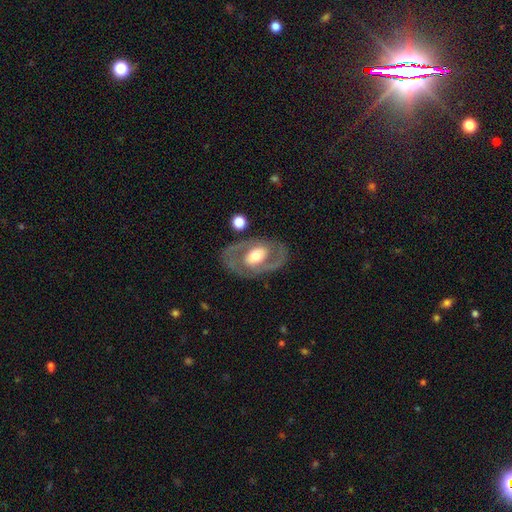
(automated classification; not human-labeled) A featured or disk galaxy (74%) with no bar (45%), spiral arms (65%) and a moderate central bulge (61%).

Vote fractions:
- Smooth or featured? featured or disk: 74% / smooth: 20% / star or artifact: 5%
- Edge-on disk? no: 94% / yes: 6%
- Bar? no: 45% / weak: 35% / strong: 20%
- Spiral arms? yes: 65% / no: 35%
- Bulge size? moderate: 61% / large: 26% / small: 10% / dominant: 2% / none: 1%
- Merging? none: 78% / minor disturbance: 13% / major disturbance: 7% / merger: 2%